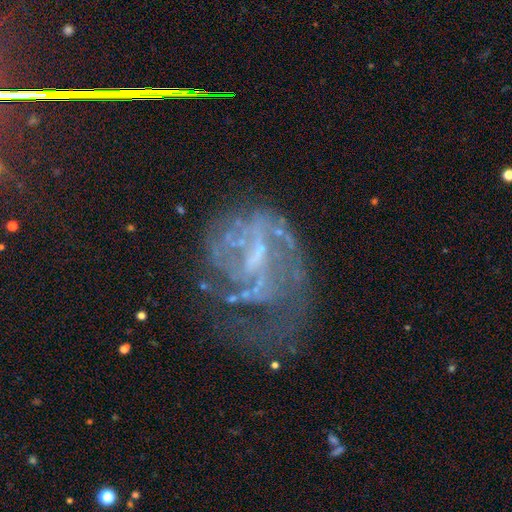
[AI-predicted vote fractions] Smooth or featured: featured or disk — 73% (star or artifact — 14%)
Edge-on disk: no — 97% (yes — 3%)
Bar: weak — 42% (no — 41%)
Spiral arms: yes — 63% (no — 37%)
Bulge size: none — 46% (small — 35%)
Merging: major disturbance — 43% (none — 34%)